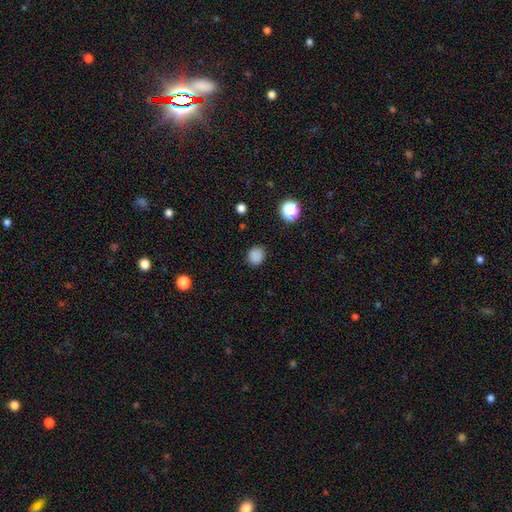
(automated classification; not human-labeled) Smooth or featured? smooth (84%)
How rounded? round (82%)
Merging? none (87%)